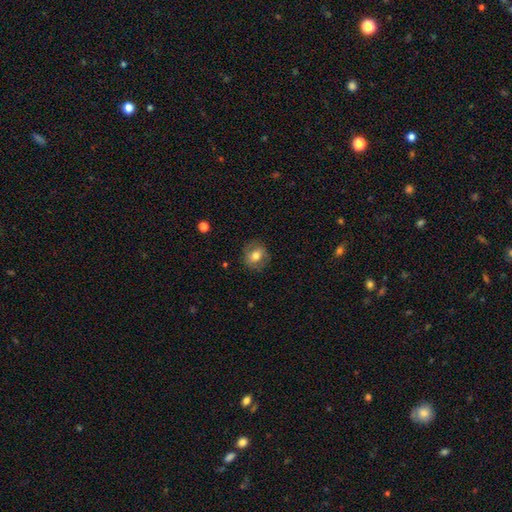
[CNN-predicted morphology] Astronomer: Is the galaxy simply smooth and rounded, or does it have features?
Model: smooth — 64%.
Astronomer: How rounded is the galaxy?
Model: round — 72%.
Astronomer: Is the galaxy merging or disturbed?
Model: none — 81%.